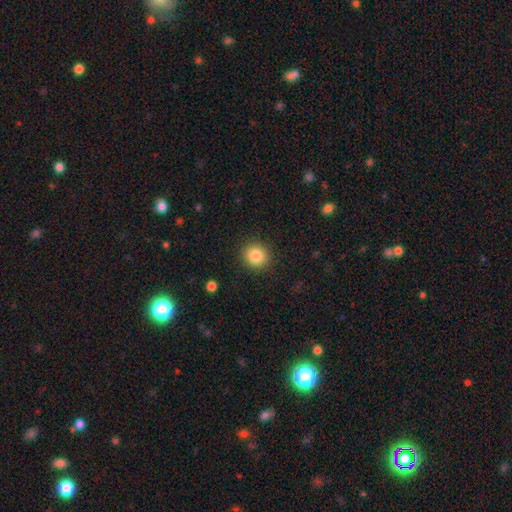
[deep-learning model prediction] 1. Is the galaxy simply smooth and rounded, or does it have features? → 85% smooth, 10% star or artifact, 5% featured or disk.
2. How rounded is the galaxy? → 88% round, 11% in between, 1% cigar-shaped.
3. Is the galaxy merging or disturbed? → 90% none, 6% minor disturbance, 2% major disturbance, 1% merger.